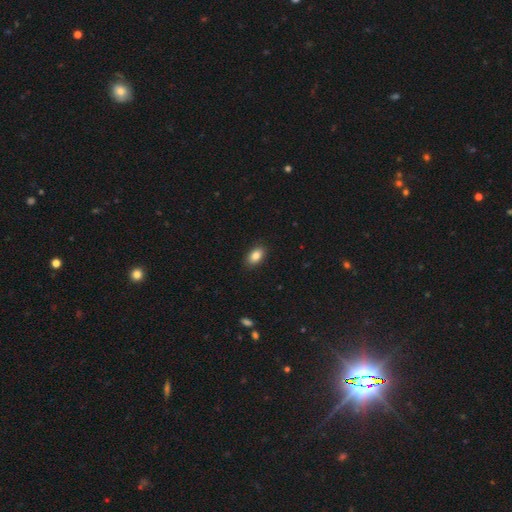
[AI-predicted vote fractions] This appears to be a smooth galaxy with no disk features (86%) that is in between round and cigar-shaped (89%). Merging: none (88%).